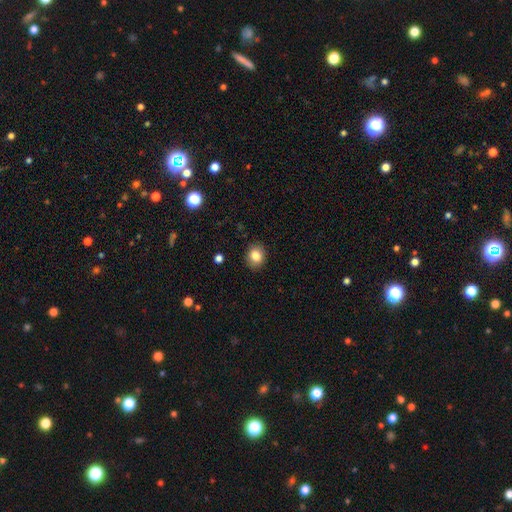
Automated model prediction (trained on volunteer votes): A smooth galaxy with no disk features (83%) that is round (65%). Merging: none (89%).